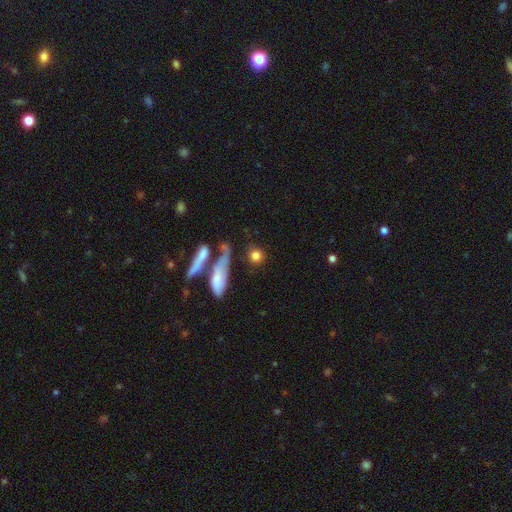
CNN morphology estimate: Smooth or featured: smooth — 79% (featured or disk — 12%)
How rounded: round — 75% (in between — 16%)
Merging: none — 67% (merger — 13%)